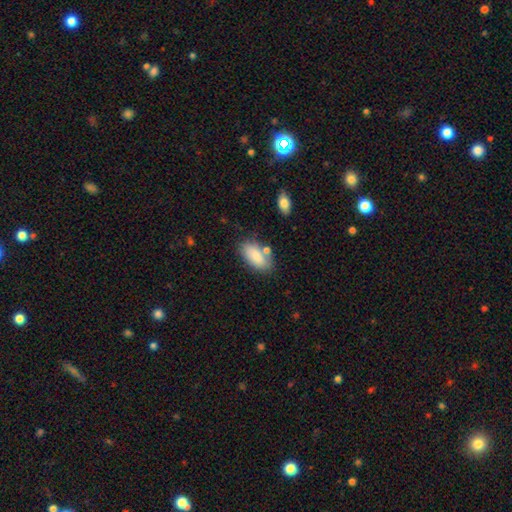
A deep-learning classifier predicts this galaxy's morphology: The model was most divided on "merging": none: 67%, minor disturbance: 17%, merger: 11%, major disturbance: 5%. More confident: how rounded — in between (93%); smooth or featured — smooth (84%).